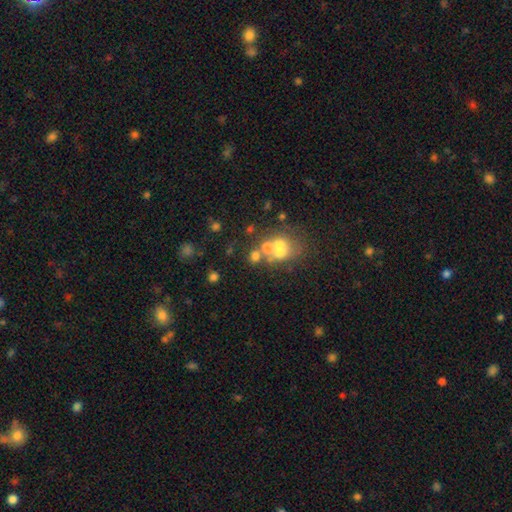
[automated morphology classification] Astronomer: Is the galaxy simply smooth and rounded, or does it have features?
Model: smooth — 50% (runner-up: featured or disk, 30%).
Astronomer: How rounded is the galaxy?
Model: round — 70%.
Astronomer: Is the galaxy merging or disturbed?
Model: merger — 47% (runner-up: none, 37%).